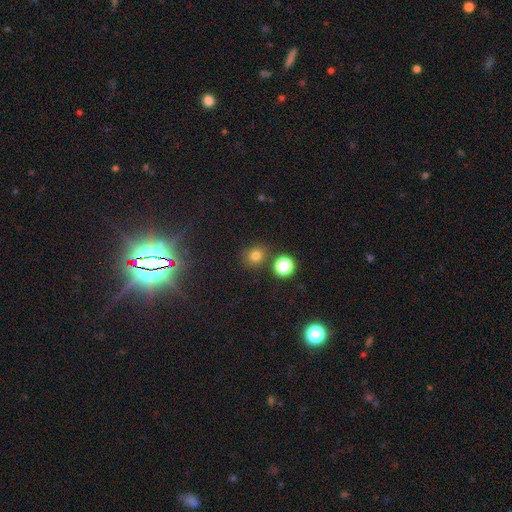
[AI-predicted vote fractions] Overall: smooth (75%). How rounded: round (83%). Merging: none (81%).